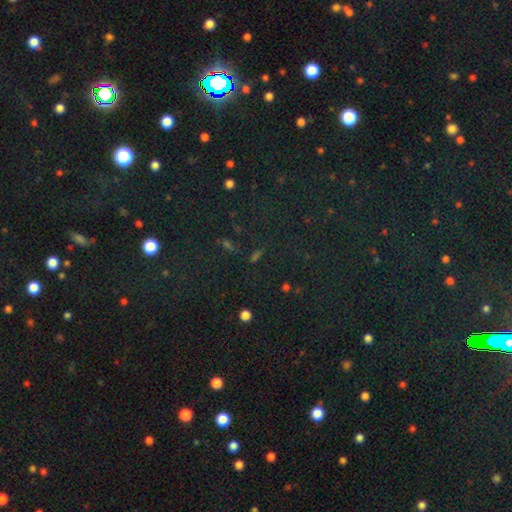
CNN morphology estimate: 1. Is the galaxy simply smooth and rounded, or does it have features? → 60% star or artifact, 28% smooth, 12% featured or disk.